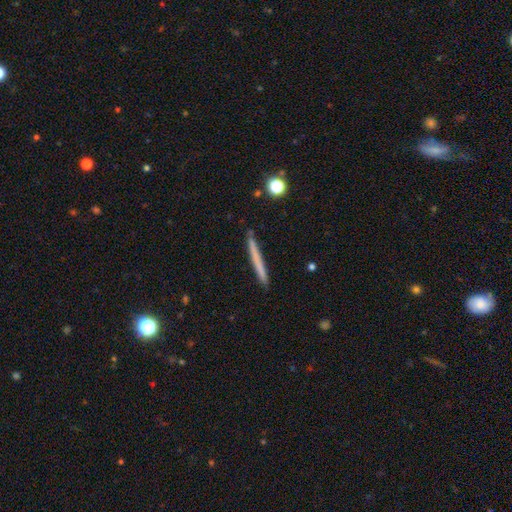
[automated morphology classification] A smooth galaxy with no disk features (63%) that is cigar-shaped (97%).

Vote fractions:
- Smooth or featured? smooth: 63% / featured or disk: 31% / star or artifact: 6%
- How rounded? cigar-shaped: 97% / in between: 2% / round: 1%
- Merging? none: 91% / minor disturbance: 7% / major disturbance: 1% / merger: 1%